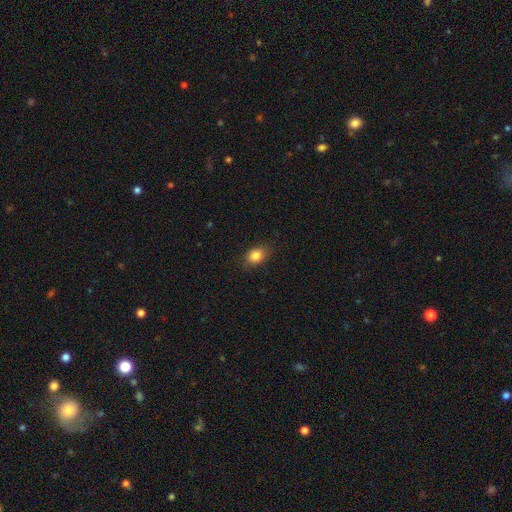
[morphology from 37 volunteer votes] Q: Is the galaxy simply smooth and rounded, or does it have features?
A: smooth — 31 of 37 (84%).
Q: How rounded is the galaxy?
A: in between — 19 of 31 (61%).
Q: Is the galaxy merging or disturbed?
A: none — 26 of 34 (76%).